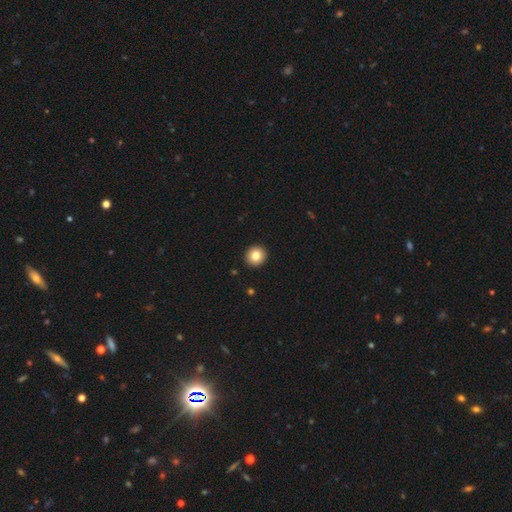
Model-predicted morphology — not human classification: Smooth or featured: smooth — 82% (star or artifact — 10%)
How rounded: round — 93% (in between — 6%)
Merging: none — 93% (minor disturbance — 4%)